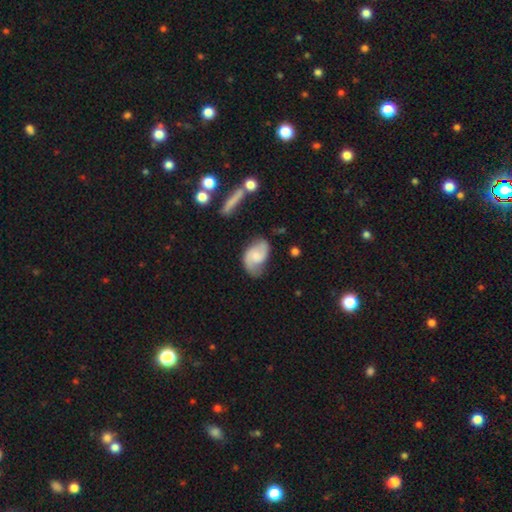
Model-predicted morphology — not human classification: A featured or disk galaxy (64%) with no bar (61%), 2 (81%) medium (46%) spiral arms (92%) and a small central bulge (40%).

Vote fractions:
- Smooth or featured? featured or disk: 64% / smooth: 29% / star or artifact: 6%
- Edge-on disk? no: 97% / yes: 3%
- Bar? no: 61% / weak: 34% / strong: 6%
- Spiral arms? yes: 92% / no: 8%
- Spiral winding? medium: 46% / loose: 31% / tight: 23%
- Spiral arm count? 2: 81% / can't tell: 8% / 1: 8% / 3: 1% / 4: 1% / more than 4: 1%
- Bulge size? small: 40% / moderate: 33% / none: 20% / large: 6% / dominant: 2%
- Merging? none: 60% / minor disturbance: 26% / major disturbance: 10% / merger: 3%